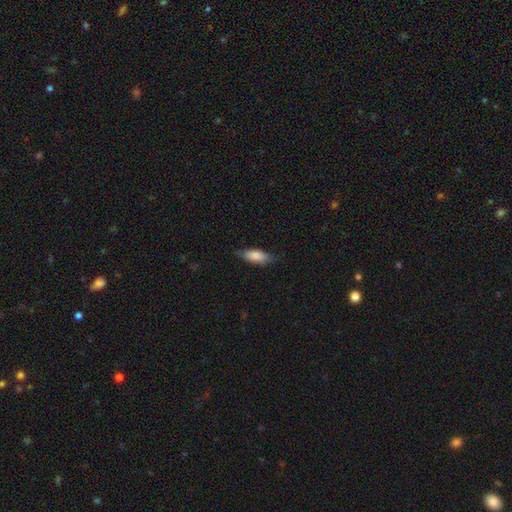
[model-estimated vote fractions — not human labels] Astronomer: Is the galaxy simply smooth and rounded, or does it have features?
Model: smooth — 83%.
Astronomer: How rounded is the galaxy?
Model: in between — 74%.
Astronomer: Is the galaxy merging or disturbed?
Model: none — 76%.